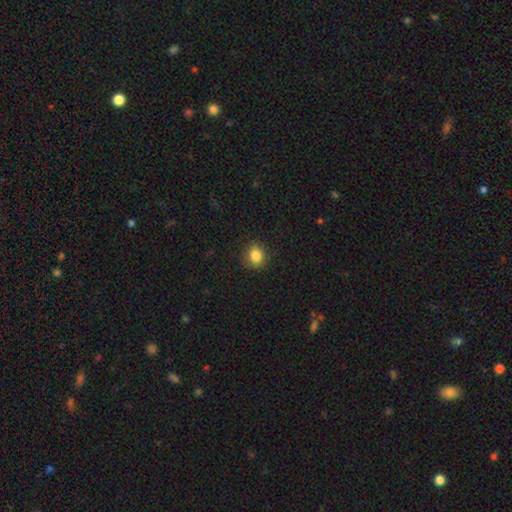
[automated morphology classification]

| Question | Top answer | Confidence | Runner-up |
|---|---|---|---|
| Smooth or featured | smooth | 84% | star or artifact (10%) |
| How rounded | round | 68% | in between (31%) |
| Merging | none | 86% | minor disturbance (10%) |